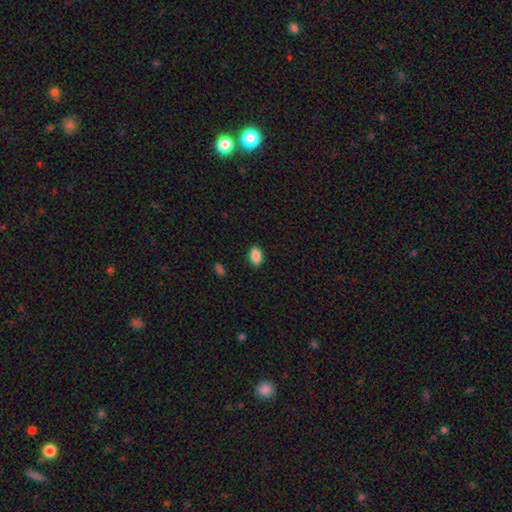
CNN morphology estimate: smooth-or-featured: smooth: 88% | star or artifact: 8% | featured or disk: 4%
  how-rounded: in between: 90% | round: 8% | cigar-shaped: 2%
  merging: none: 88% | minor disturbance: 9% | major disturbance: 2% | merger: 1%